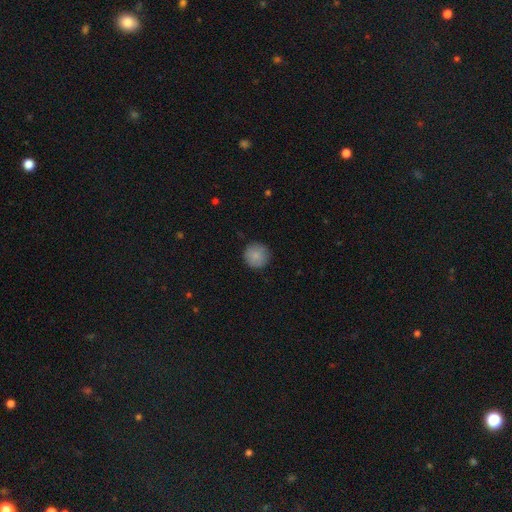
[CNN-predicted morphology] Smooth or featured? Predicted: smooth (p=0.87). How rounded? Predicted: round (p=0.95). Merging? Predicted: none (p=0.88).